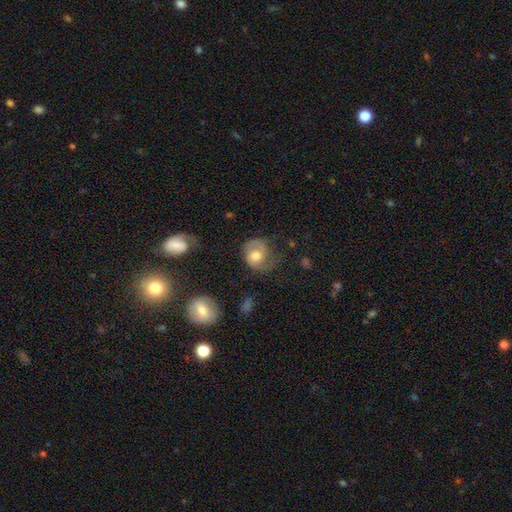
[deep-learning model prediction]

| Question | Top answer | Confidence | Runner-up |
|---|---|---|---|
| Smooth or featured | featured or disk | 49% | smooth (43%) |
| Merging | none | 47% | minor disturbance (27%) |